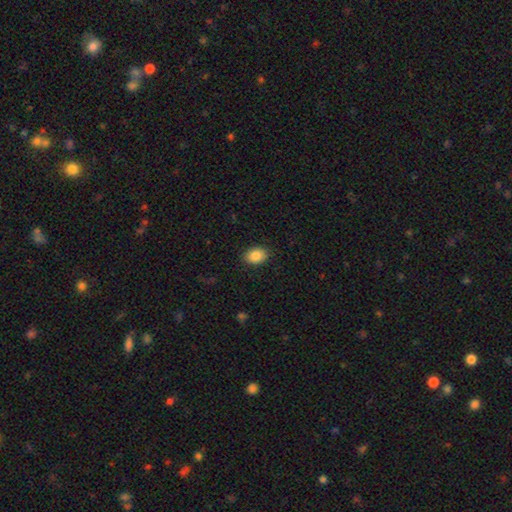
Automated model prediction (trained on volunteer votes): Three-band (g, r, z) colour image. It shows a smooth galaxy with no disk features (86%) that is in between round and cigar-shaped (75%). Merging: none (88%).